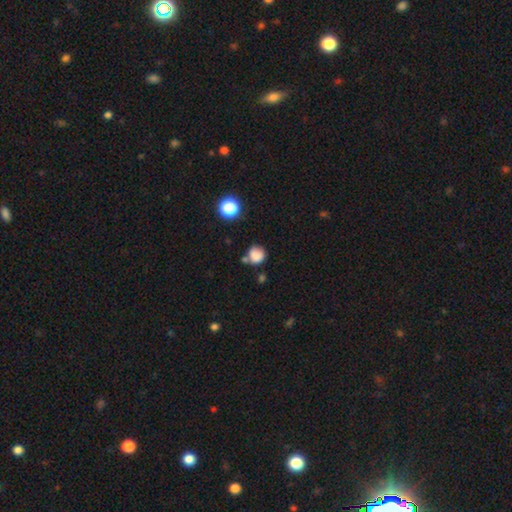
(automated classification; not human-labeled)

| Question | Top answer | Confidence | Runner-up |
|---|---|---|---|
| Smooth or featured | smooth | 81% | star or artifact (11%) |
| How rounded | round | 83% | in between (16%) |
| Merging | none | 59% | minor disturbance (21%) |